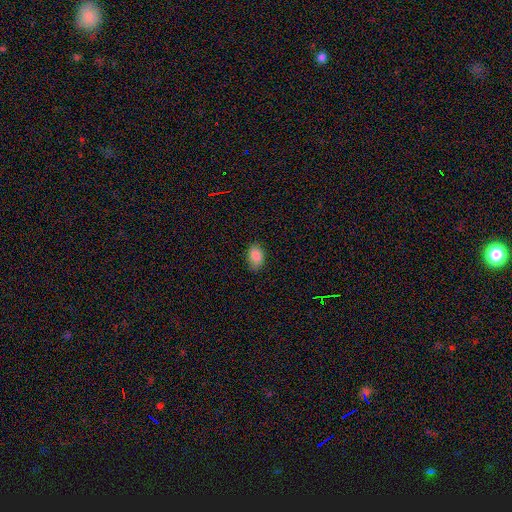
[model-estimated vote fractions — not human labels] This is clearly a smooth galaxy (87%). How rounded: clearly in between (88%). Merging: clearly none (81%).